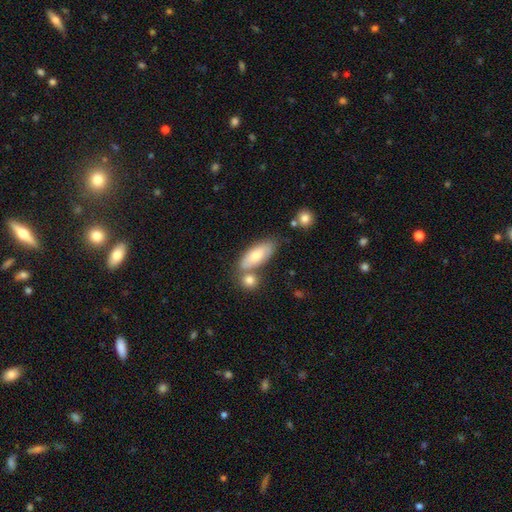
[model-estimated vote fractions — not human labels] Smooth or featured? smooth (68%)
How rounded? in between (75%)
Merging? none (55%)